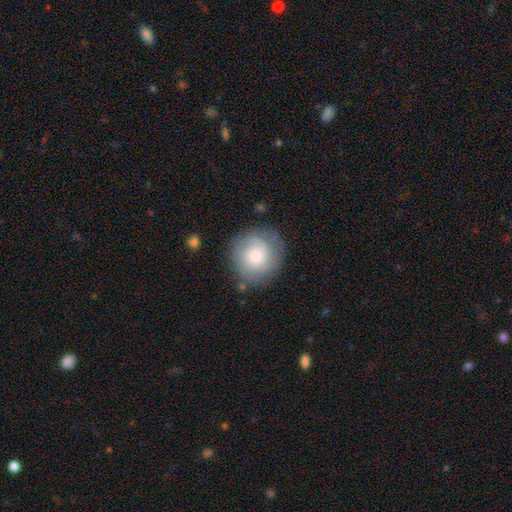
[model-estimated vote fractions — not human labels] smooth-or-featured: smooth: 58% | featured or disk: 34% | star or artifact: 7%
  how-rounded: round: 89% | in between: 10% | cigar-shaped: 1%
  merging: none: 79% | minor disturbance: 14% | major disturbance: 5% | merger: 2%